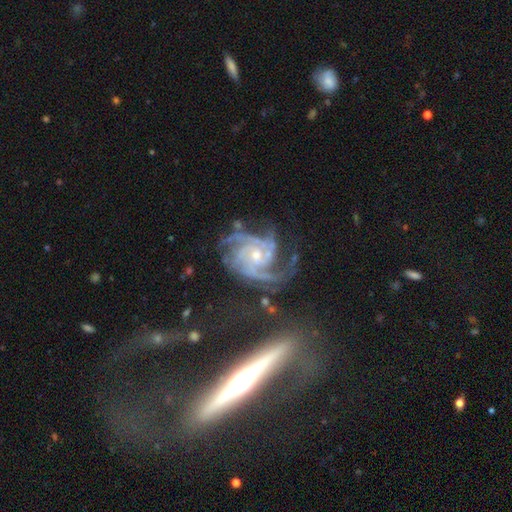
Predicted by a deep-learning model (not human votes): Smooth or featured? Predicted: featured or disk (p=0.91). Edge-on disk? Predicted: no (p=0.98). Bar? Predicted: no (p=0.66). Spiral arms? Predicted: yes (p=0.98). Spiral winding? Predicted: tight (p=0.52). Spiral arm count? Predicted: 3 (p=0.35). Bulge size? Predicted: small (p=0.59). Merging? Predicted: none (p=0.56).